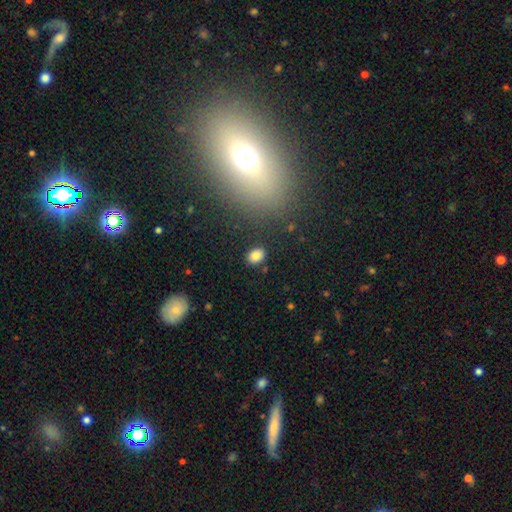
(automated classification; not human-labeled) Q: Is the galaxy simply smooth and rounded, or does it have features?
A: smooth — 84%.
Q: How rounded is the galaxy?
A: in between — 68%.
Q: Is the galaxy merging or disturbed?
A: none — 85%.